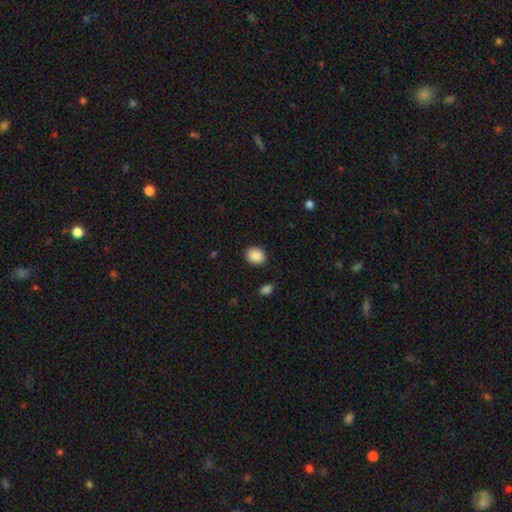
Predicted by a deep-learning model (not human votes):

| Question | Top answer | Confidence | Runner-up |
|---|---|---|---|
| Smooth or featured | smooth | 89% | star or artifact (8%) |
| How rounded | in between | 50% | round (49%) |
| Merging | none | 88% | minor disturbance (8%) |